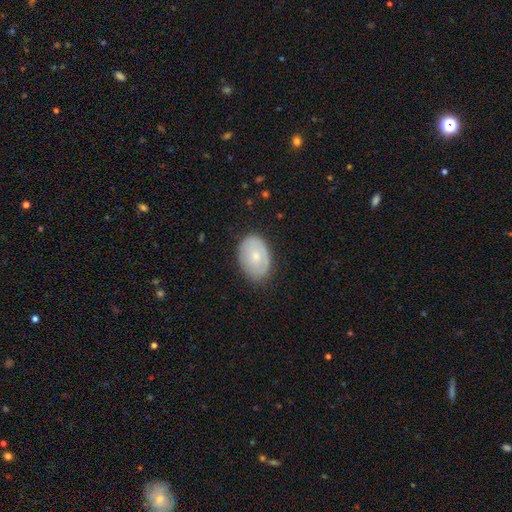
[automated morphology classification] smooth-or-featured: smooth: 59% | featured or disk: 35% | star or artifact: 7%
  how-rounded: in between: 83% | round: 16% | cigar-shaped: 1%
  merging: none: 80% | minor disturbance: 16% | major disturbance: 4% | merger: 1%